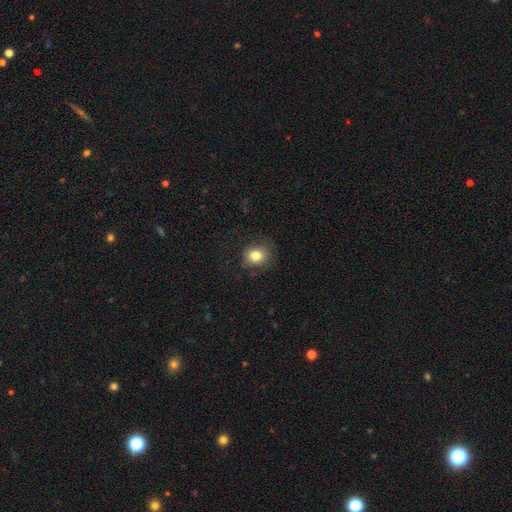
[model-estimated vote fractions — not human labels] A smooth galaxy with no disk features (80%) that is round (74%).

Vote fractions:
- Smooth or featured? smooth: 80% / star or artifact: 11% / featured or disk: 9%
- How rounded? round: 74% / in between: 25% / cigar-shaped: 1%
- Merging? none: 75% / minor disturbance: 17% / major disturbance: 7% / merger: 1%